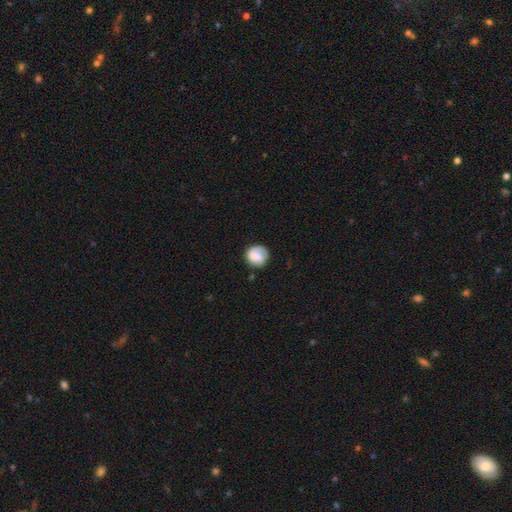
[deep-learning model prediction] Smooth or featured?
  - smooth: 66% *
  - featured or disk: 27%
  - star or artifact: 7%
How rounded?
  - round: 83% *
  - in between: 16%
  - cigar-shaped: 1%
Merging?
  - none: 65% *
  - minor disturbance: 22%
  - major disturbance: 10%
  - merger: 3%